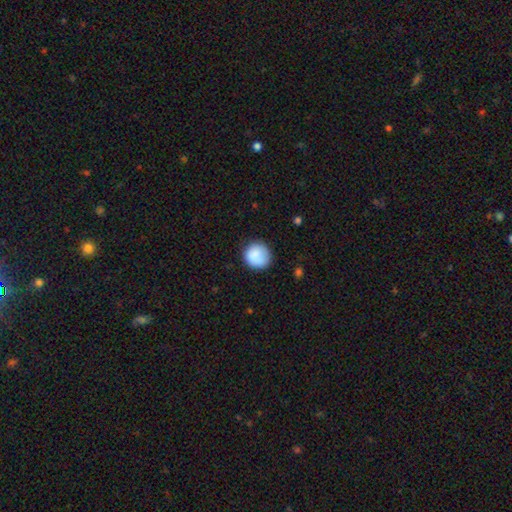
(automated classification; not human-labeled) Smooth or featured: smooth — 87% (star or artifact — 8%)
How rounded: round — 91% (in between — 8%)
Merging: none — 80% (minor disturbance — 14%)